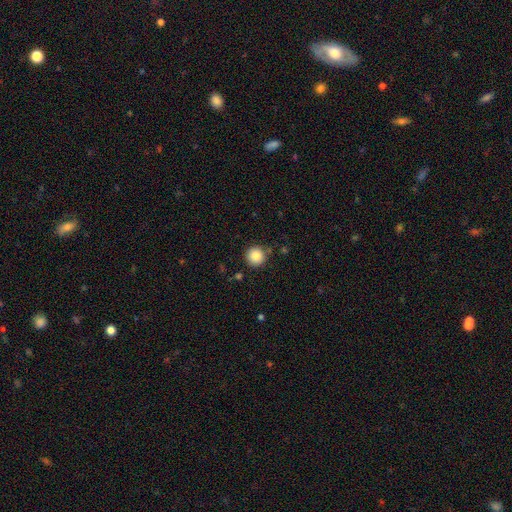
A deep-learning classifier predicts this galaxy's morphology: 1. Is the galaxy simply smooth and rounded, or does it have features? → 86% smooth, 9% star or artifact, 5% featured or disk.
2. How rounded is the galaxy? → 95% round, 4% in between, 1% cigar-shaped.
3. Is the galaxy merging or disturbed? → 88% none, 7% minor disturbance, 2% merger, 2% major disturbance.